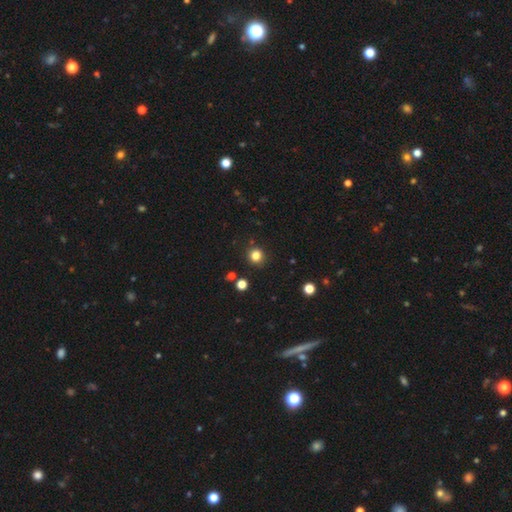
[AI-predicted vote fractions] This appears to be a smooth galaxy with no disk features (82%) that is round (90%). Merging: none (88%).